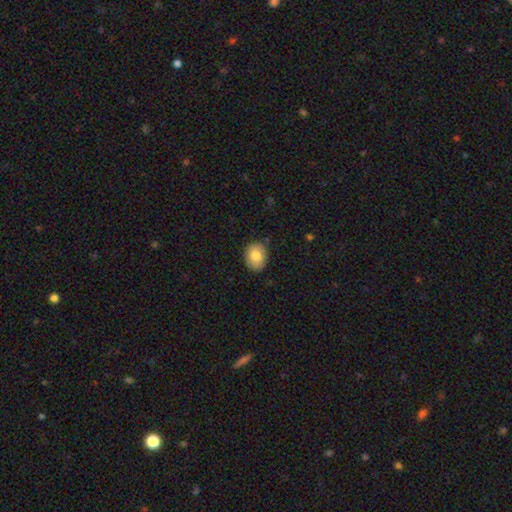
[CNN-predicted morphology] This appears to be a smooth galaxy with no disk features (82%) that is in between round and cigar-shaped (59%). Merging: none (83%).